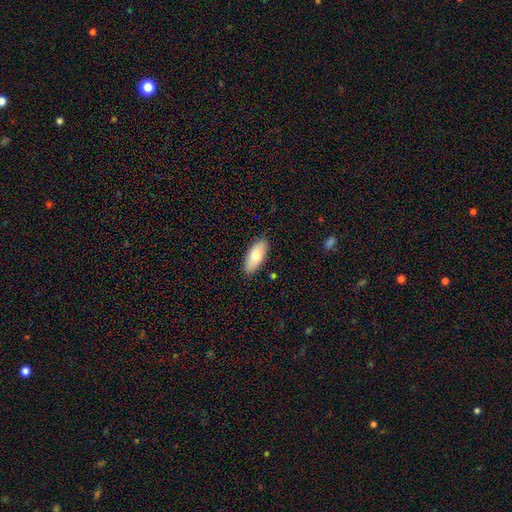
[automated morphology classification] A smooth galaxy with no disk features (78%) that is in between round and cigar-shaped (84%). Merging: none (86%).